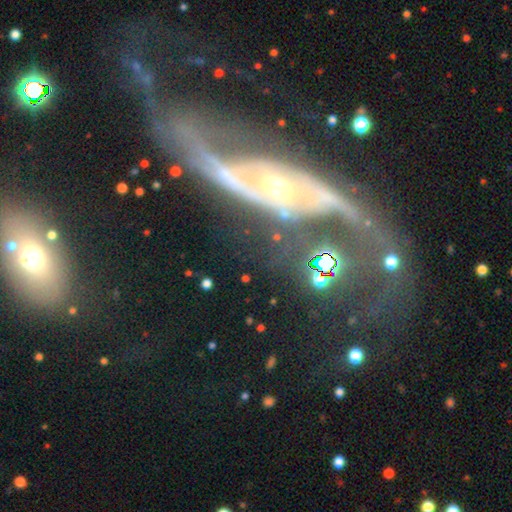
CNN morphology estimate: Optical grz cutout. It shows a featured or disk galaxy (83%) with no bar (46%), 2 (89%) loose (58%) spiral arms (89%) and a moderate central bulge (49%). Merging: none (45%).